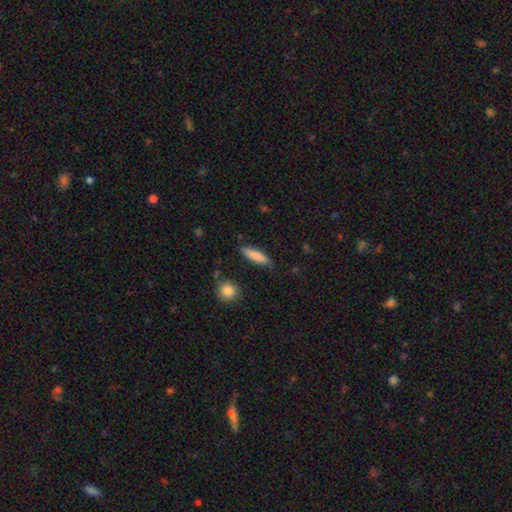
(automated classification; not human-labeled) smooth_or_featured: smooth (p=0.85) [alt: featured or disk p=0.09]
how_rounded: cigar-shaped (p=0.64) [alt: in between p=0.34]
merging: none (p=0.83) [alt: minor disturbance p=0.13]